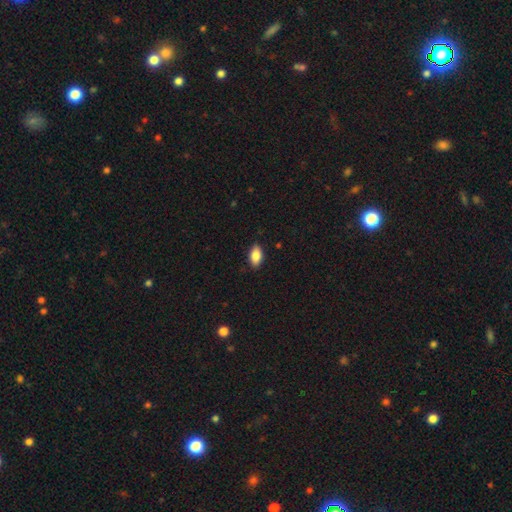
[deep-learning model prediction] Smooth or featured? smooth (85%)
How rounded? in between (92%)
Merging? none (88%)